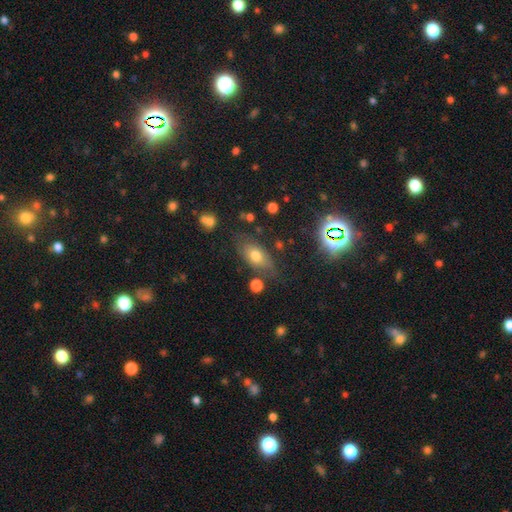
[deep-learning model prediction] A smooth galaxy with no disk features (66%) that is in between round and cigar-shaped (86%).

Vote fractions:
- Smooth or featured? smooth: 66% / featured or disk: 22% / star or artifact: 12%
- How rounded? in between: 86% / round: 9% / cigar-shaped: 6%
- Merging? none: 69% / minor disturbance: 19% / major disturbance: 7% / merger: 5%